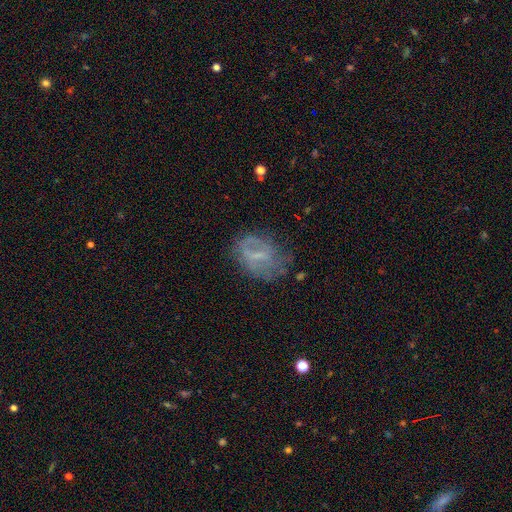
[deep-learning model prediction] Morphology: type=featured or disk (57%); edge-on=no (95%); bar=weak (46%); spiral arms=no (51%); bulge=small (48%); merging=none (56%).